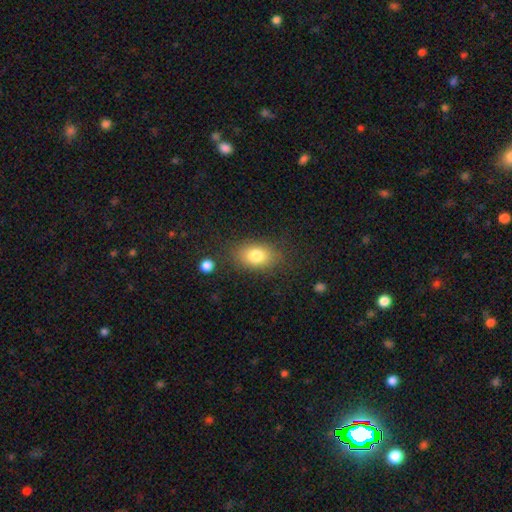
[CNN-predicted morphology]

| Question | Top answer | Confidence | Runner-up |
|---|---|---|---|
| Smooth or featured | smooth | 80% | featured or disk (11%) |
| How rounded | in between | 82% | round (17%) |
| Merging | none | 80% | minor disturbance (13%) |